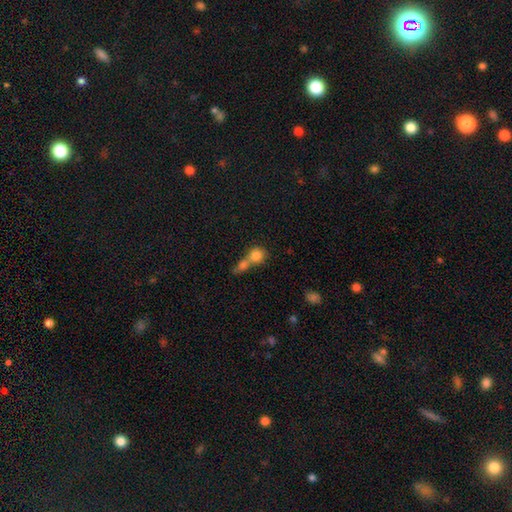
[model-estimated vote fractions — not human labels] This is likely a smooth galaxy (78%). How rounded: likely round (77%). Merging: likely merger (63%).